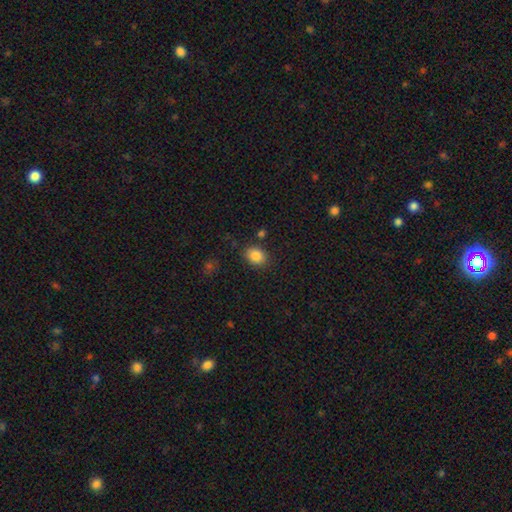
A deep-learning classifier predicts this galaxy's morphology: type=smooth (85%); roundness=in between (53%); merging=none (83%).